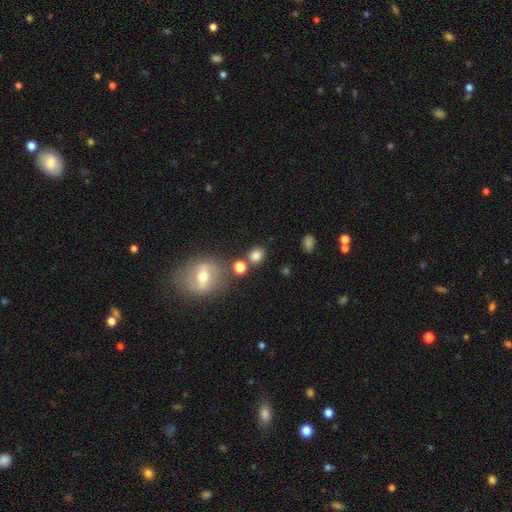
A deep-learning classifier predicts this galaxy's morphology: Smooth or featured: smooth — 78% (star or artifact — 12%)
How rounded: round — 67% (in between — 32%)
Merging: none — 73% (merger — 12%)